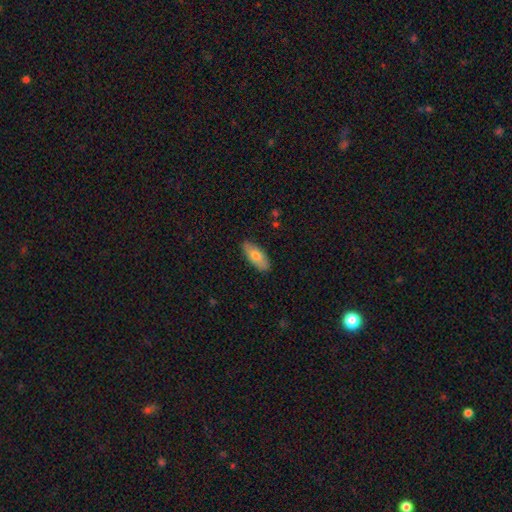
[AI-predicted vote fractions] Smooth or featured? smooth (75%)
How rounded? in between (86%)
Merging? none (86%)